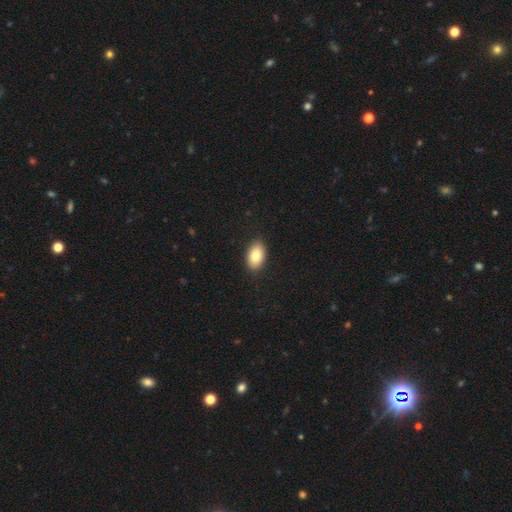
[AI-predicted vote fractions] Smooth or featured? Predicted: smooth (p=0.85). How rounded? Predicted: in between (p=0.93). Merging? Predicted: none (p=0.90).